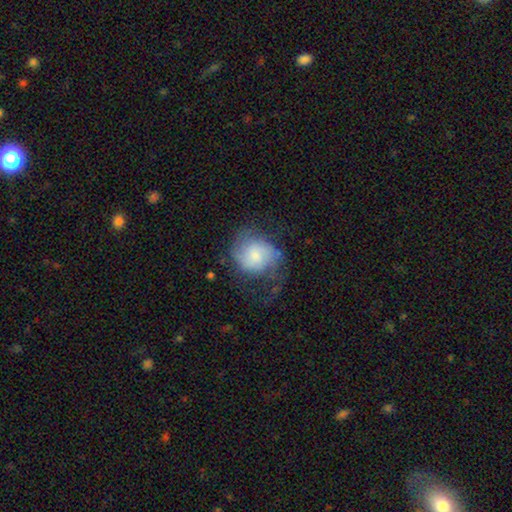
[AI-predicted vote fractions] Smooth or featured?
  - featured or disk: 47% *
  - smooth: 45%
  - star or artifact: 8%
Merging?
  - none: 40% *
  - major disturbance: 34%
  - minor disturbance: 24%
  - merger: 2%